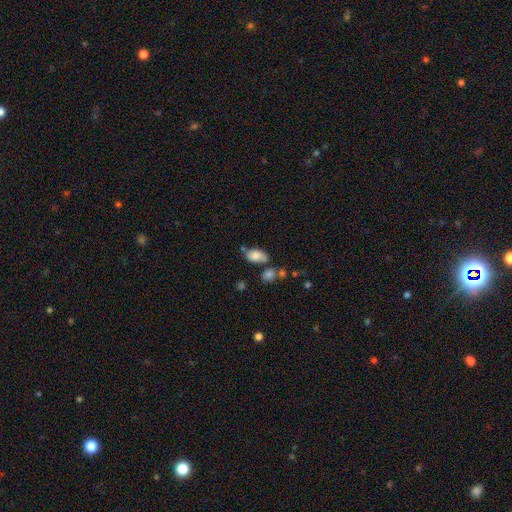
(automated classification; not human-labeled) Overall: smooth (82%). How rounded: in between (92%). Merging: none (57%; minor disturbance 21%).